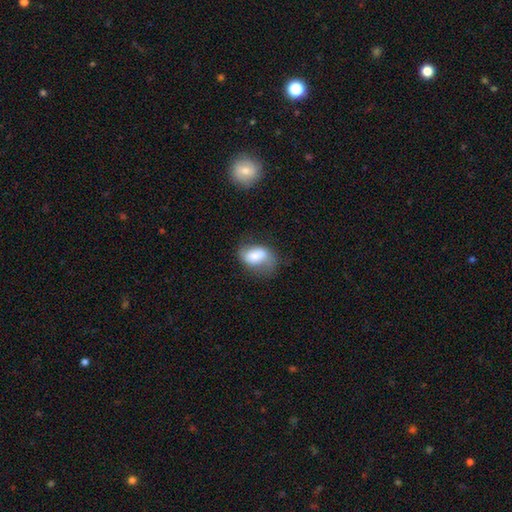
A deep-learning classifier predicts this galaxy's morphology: smooth 67%, featured or disk 25%, star or artifact 8%. Down the decision tree: how rounded — in between (84%); merging — none (47%).